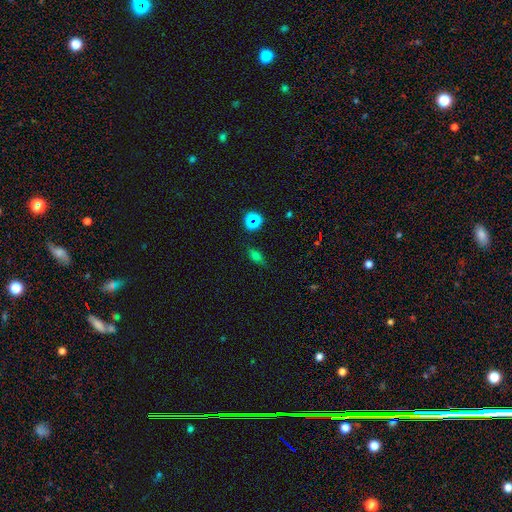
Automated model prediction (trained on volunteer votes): smooth 63%, star or artifact 23%, featured or disk 14%. Down the decision tree: how rounded — in between (70%); merging — none (77%).